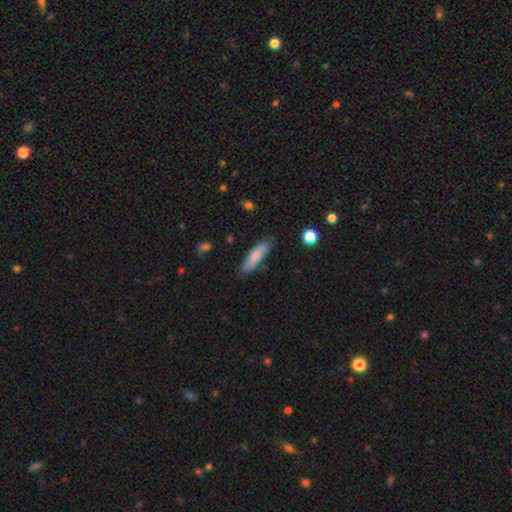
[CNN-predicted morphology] The model was most divided on "how rounded": cigar-shaped: 65%, in between: 33%, round: 2%. More confident: merging — none (80%); smooth or featured — smooth (77%).